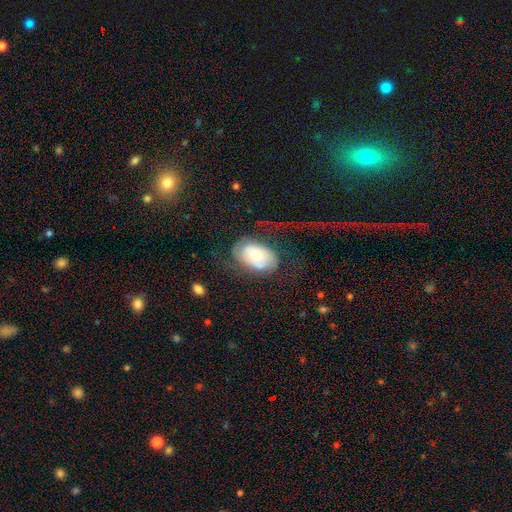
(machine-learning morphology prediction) Smooth or featured? Predicted: featured or disk (p=0.55). Edge-on disk? Predicted: no (p=0.94). Bar? Predicted: no (p=0.73). Spiral arms? Predicted: yes (p=0.68). Bulge size? Predicted: moderate (p=0.59). Merging? Predicted: none (p=0.42).